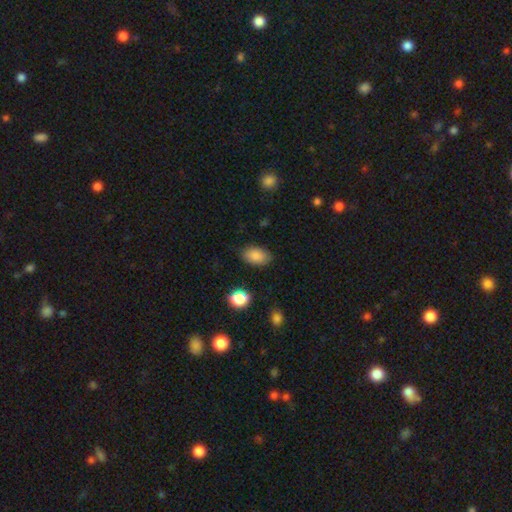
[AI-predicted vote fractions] The model was most divided on "merging": none: 83%, minor disturbance: 13%, major disturbance: 3%, merger: 2%. More confident: how rounded — in between (90%); smooth or featured — smooth (85%).